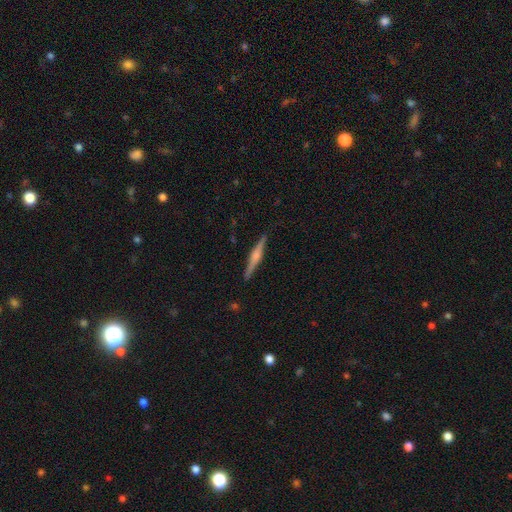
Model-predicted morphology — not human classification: Smooth or featured?
  - featured or disk: 73% *
  - smooth: 21%
  - star or artifact: 6%
Edge-on disk?
  - yes: 98% *
  - no: 2%
Edge-on bulge?
  - rounded: 75% *
  - boxy: 18%
  - none: 7%
Merging?
  - none: 91% *
  - minor disturbance: 7%
  - major disturbance: 1%
  - merger: 1%